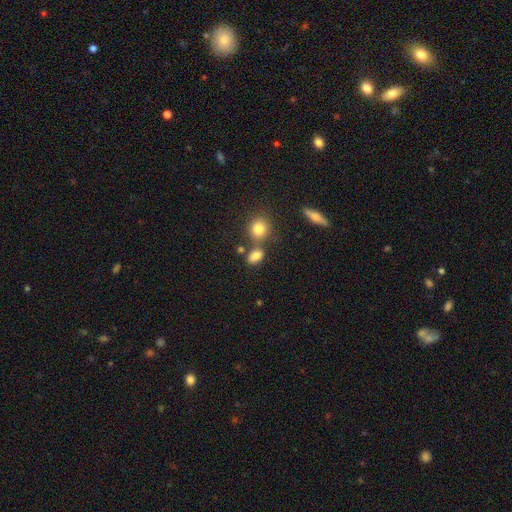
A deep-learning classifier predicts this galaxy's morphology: Smooth or featured?
  - smooth: 80% *
  - star or artifact: 12%
  - featured or disk: 8%
How rounded?
  - in between: 75% *
  - round: 21%
  - cigar-shaped: 4%
Merging?
  - none: 62% *
  - merger: 20%
  - minor disturbance: 13%
  - major disturbance: 5%